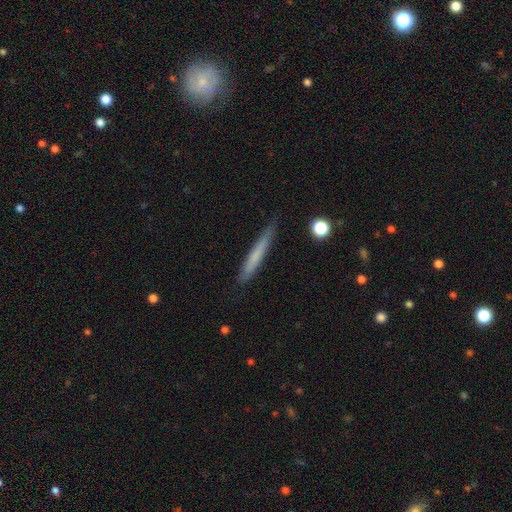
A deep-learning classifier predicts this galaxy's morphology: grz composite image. It shows a smooth galaxy with no disk features (64%) that is cigar-shaped (96%). Merging: none (84%).